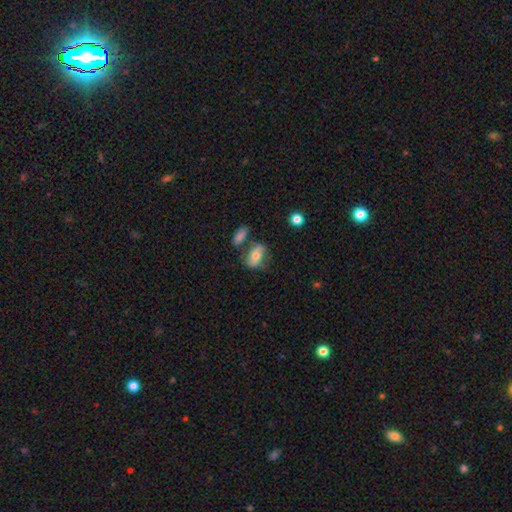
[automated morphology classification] Q: Smooth or featured?
A: smooth (54%); runner-up: featured or disk (38%)
Q: How rounded?
A: in between (81%); runner-up: round (14%)
Q: Merging?
A: none (54%); runner-up: minor disturbance (20%)